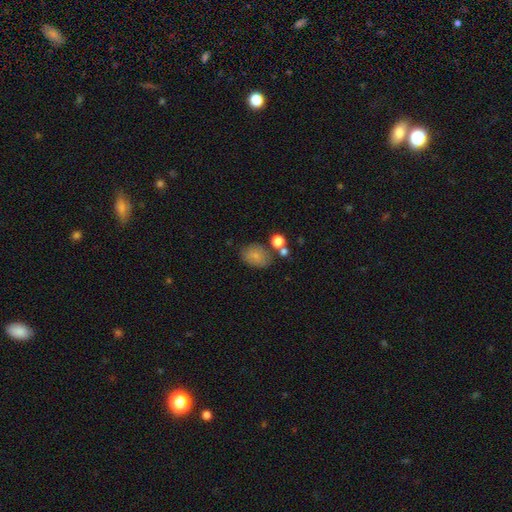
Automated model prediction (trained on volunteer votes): Smooth or featured? Predicted: smooth (p=0.79). How rounded? Predicted: in between (p=0.70). Merging? Predicted: none (p=0.64).